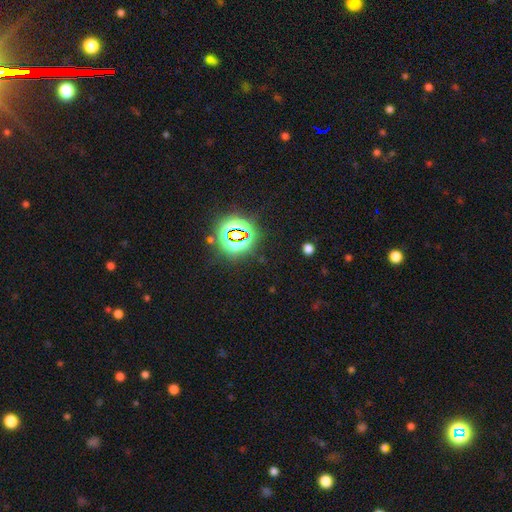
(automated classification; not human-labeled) smooth-or-featured: star or artifact: 83% | smooth: 10% | featured or disk: 7%